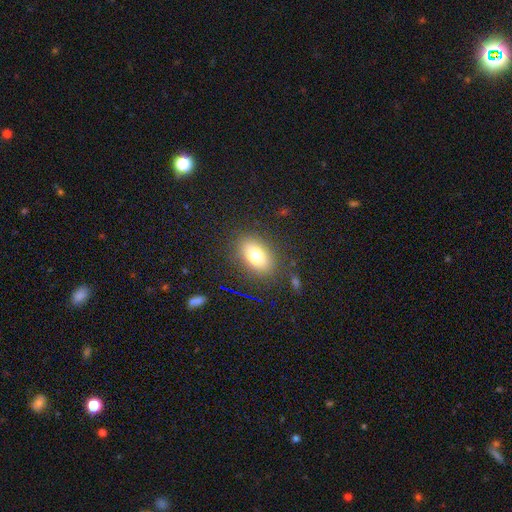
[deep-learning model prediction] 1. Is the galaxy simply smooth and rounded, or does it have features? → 74% smooth, 13% star or artifact, 13% featured or disk.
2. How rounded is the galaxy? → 79% in between, 19% round, 2% cigar-shaped.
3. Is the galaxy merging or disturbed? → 83% none, 10% minor disturbance, 5% major disturbance, 2% merger.